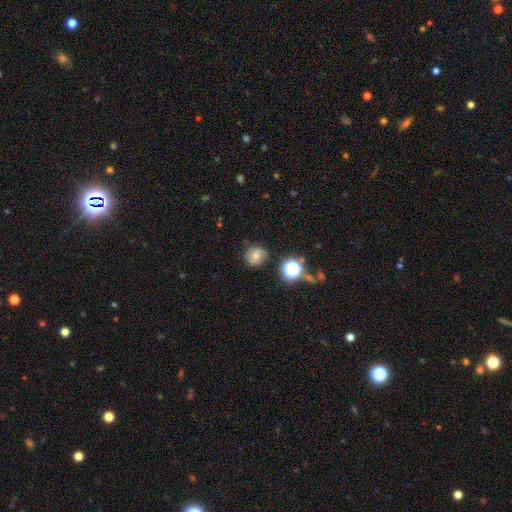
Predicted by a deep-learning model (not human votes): Smooth or featured: smooth — 59% (featured or disk — 23%)
How rounded: round — 83% (in between — 16%)
Merging: none — 73% (minor disturbance — 19%)